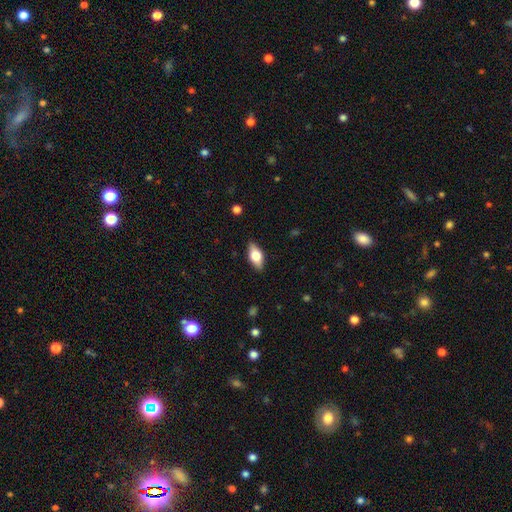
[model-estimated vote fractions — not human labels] smooth_or_featured: smooth (p=0.66) [alt: featured or disk p=0.27]
how_rounded: in between (p=0.85) [alt: cigar-shaped p=0.11]
merging: none (p=0.87) [alt: minor disturbance p=0.10]